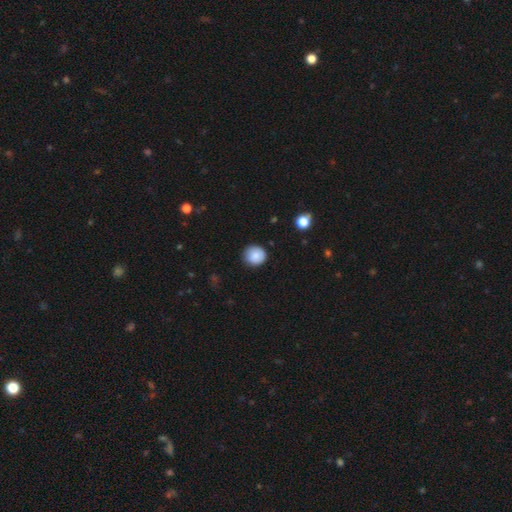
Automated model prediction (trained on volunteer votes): Overall: smooth (86%). How rounded: round (91%). Merging: none (87%).